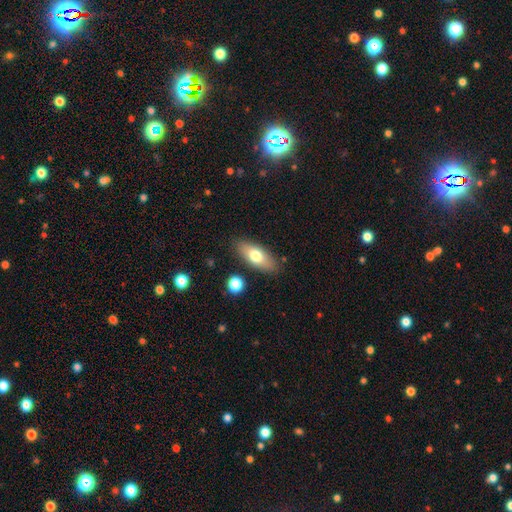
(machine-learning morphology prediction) type=smooth (70%); roundness=in between (78%); merging=none (84%).